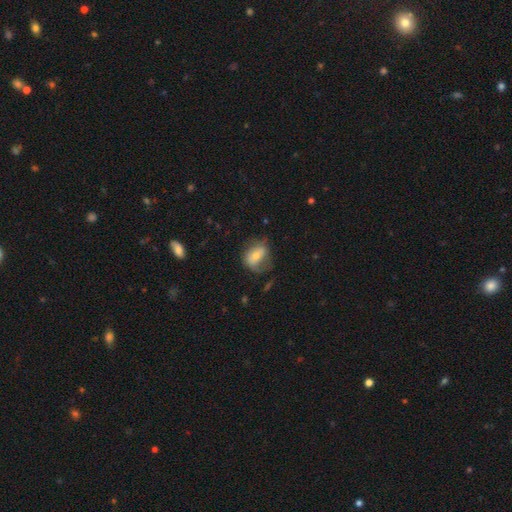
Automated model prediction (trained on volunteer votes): smooth-or-featured: smooth: 58% | featured or disk: 34% | star or artifact: 8%
  how-rounded: in between: 67% | round: 31% | cigar-shaped: 2%
  merging: none: 45% | minor disturbance: 29% | major disturbance: 24% | merger: 2%